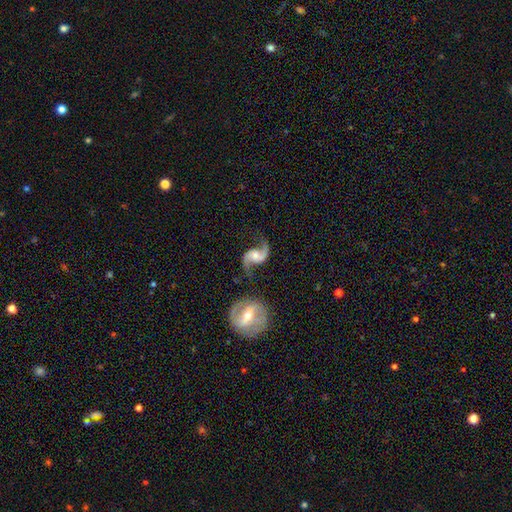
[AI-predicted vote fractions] Smooth or featured? featured or disk (91%)
Edge-on disk? no (98%)
Bar? no (48%)
Spiral arms? yes (97%)
Spiral winding? loose (71%)
Spiral arm count? 2 (94%)
Bulge size? moderate (47%)
Merging? none (68%)